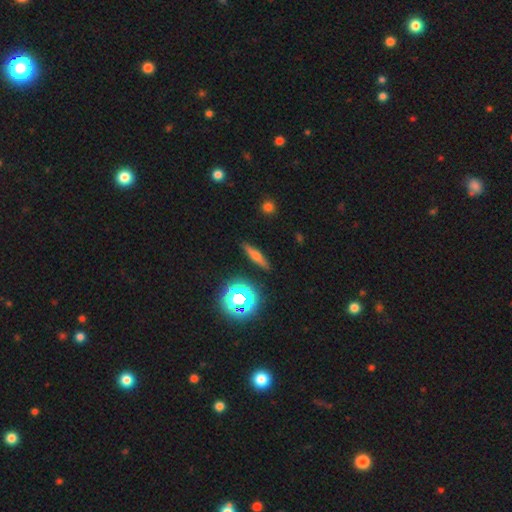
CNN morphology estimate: Q: Smooth or featured?
A: smooth (47%); runner-up: featured or disk (36%)
Q: Merging?
A: none (88%); runner-up: minor disturbance (9%)